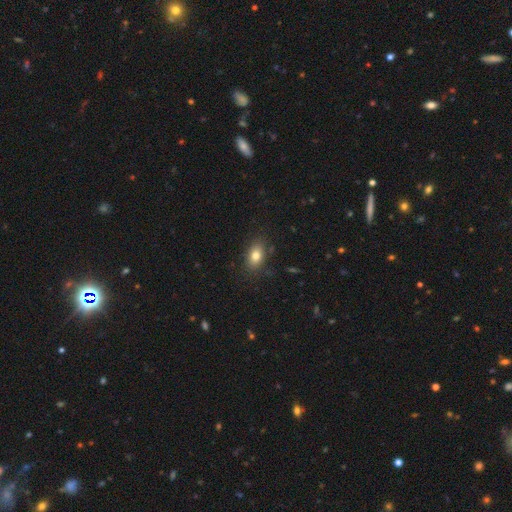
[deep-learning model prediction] This appears to be a smooth galaxy with no disk features (79%) that is in between round and cigar-shaped (84%). Merging: none (82%).